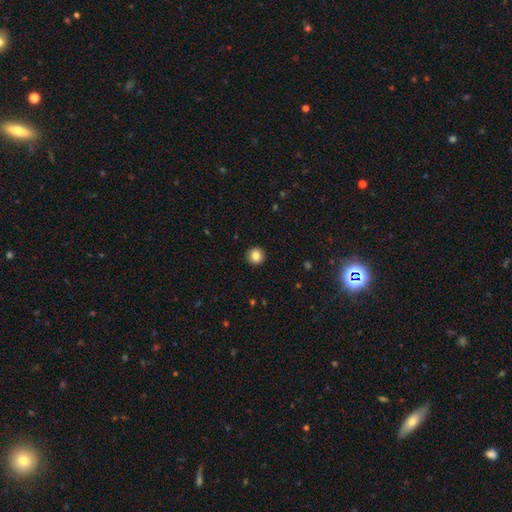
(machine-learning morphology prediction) This appears to be a smooth galaxy with no disk features (85%) that is round (94%). Merging: none (93%).